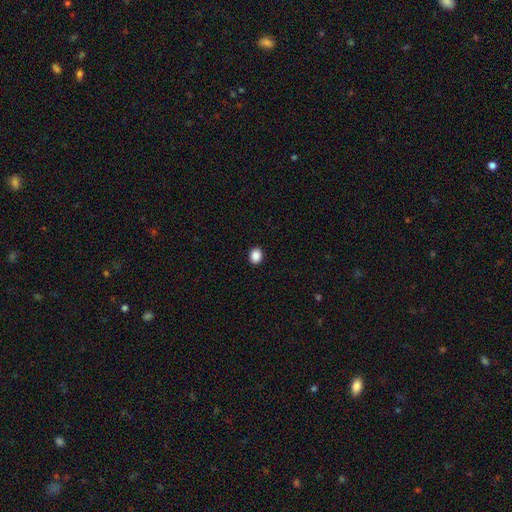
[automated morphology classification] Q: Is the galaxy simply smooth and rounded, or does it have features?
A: smooth — 88%.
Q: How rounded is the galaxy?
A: round — 57%.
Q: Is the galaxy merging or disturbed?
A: none — 92%.